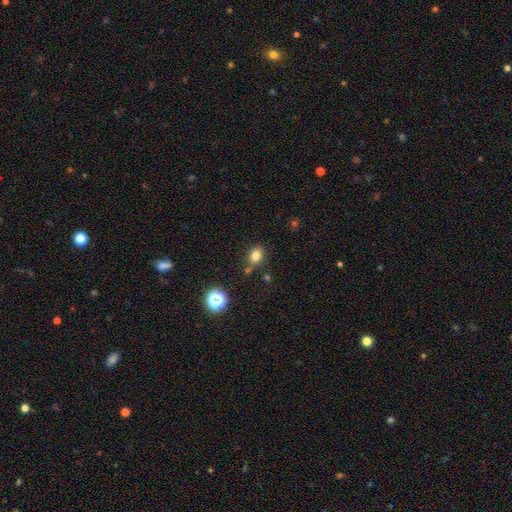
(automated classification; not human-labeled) This appears to be a smooth galaxy with no disk features (80%) that is in between round and cigar-shaped (63%). Merging: none (72%).